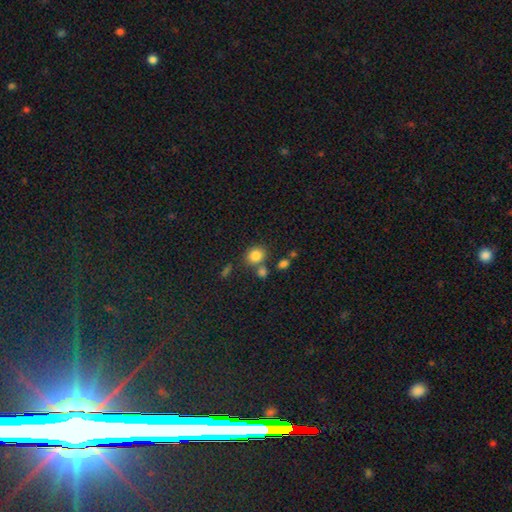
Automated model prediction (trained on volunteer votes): Smooth or featured?
  - smooth: 82% *
  - star or artifact: 11%
  - featured or disk: 7%
How rounded?
  - round: 60% *
  - in between: 39%
  - cigar-shaped: 1%
Merging?
  - none: 66% *
  - merger: 17%
  - minor disturbance: 13%
  - major disturbance: 5%